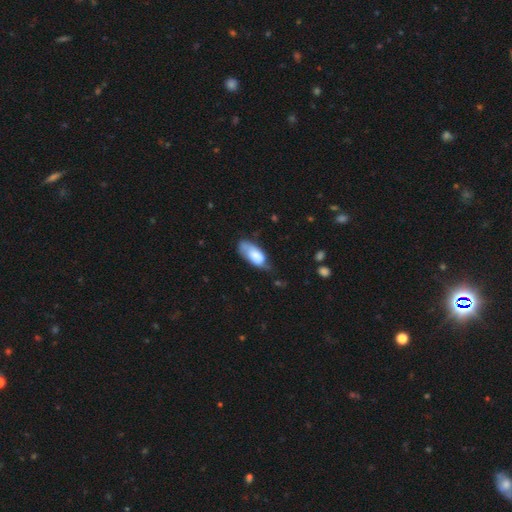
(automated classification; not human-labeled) Q: Smooth or featured?
A: smooth (70%); runner-up: featured or disk (23%)
Q: How rounded?
A: in between (87%); runner-up: cigar-shaped (11%)
Q: Merging?
A: none (43%); runner-up: minor disturbance (37%)